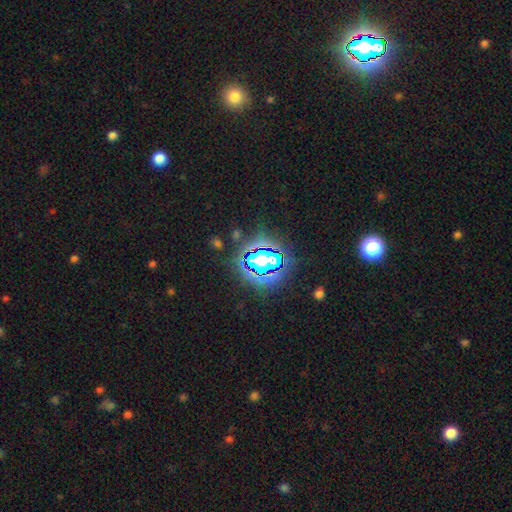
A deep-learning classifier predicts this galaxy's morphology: smooth_or_featured: star or artifact (p=0.80) [alt: smooth p=0.12]